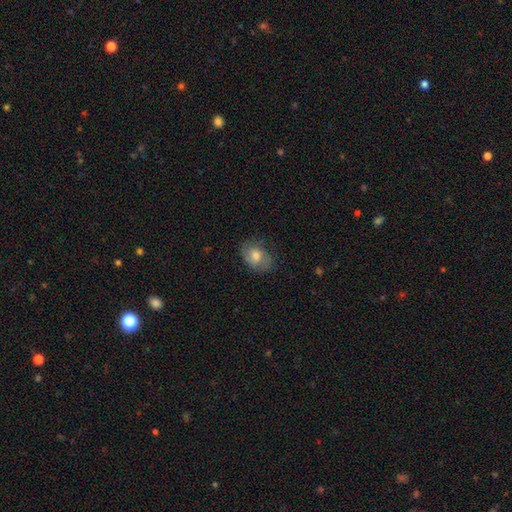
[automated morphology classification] type=smooth (57%); roundness=in between (66%); merging=none (70%).